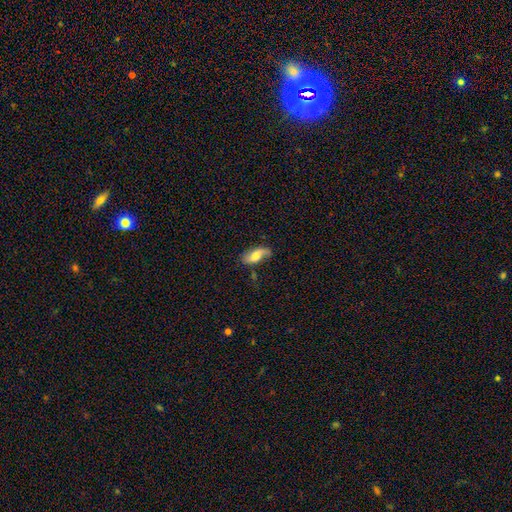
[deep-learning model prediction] Q: Smooth or featured?
A: smooth (53%); runner-up: featured or disk (40%)
Q: How rounded?
A: in between (86%); runner-up: cigar-shaped (11%)
Q: Merging?
A: none (60%); runner-up: minor disturbance (27%)